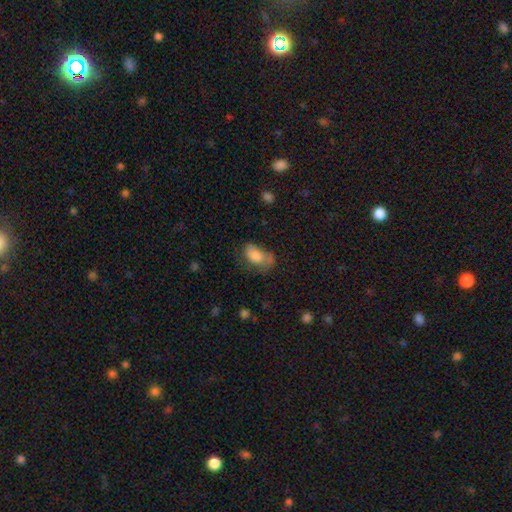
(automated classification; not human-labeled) Smooth or featured: smooth — 74% (featured or disk — 17%)
How rounded: in between — 89% (round — 8%)
Merging: none — 39% (minor disturbance — 31%)